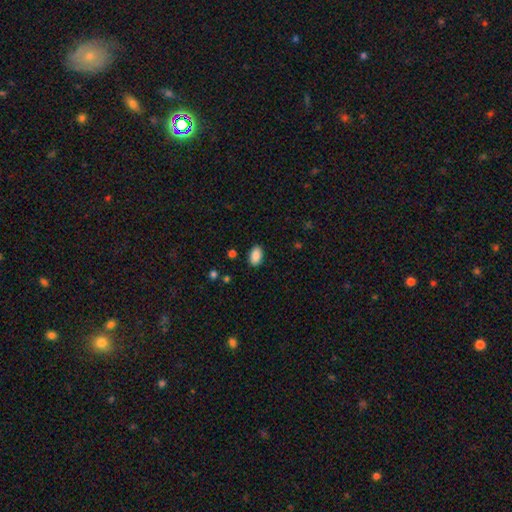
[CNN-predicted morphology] Overall: smooth (89%). How rounded: in between (93%). Merging: none (87%).